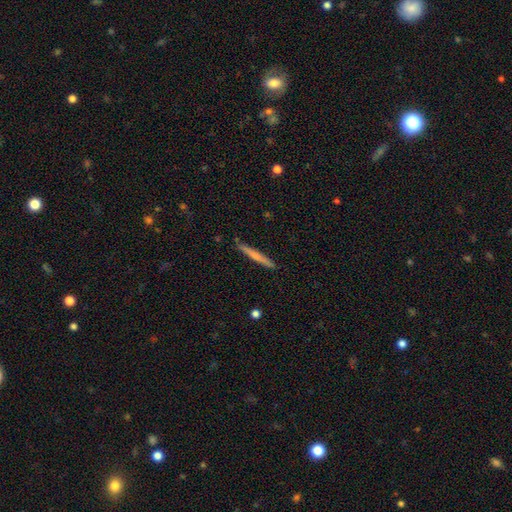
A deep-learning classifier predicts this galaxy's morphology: smooth_or_featured: smooth (p=0.54) [alt: featured or disk p=0.41]
how_rounded: cigar-shaped (p=0.96) [alt: in between p=0.02]
merging: none (p=0.91) [alt: minor disturbance p=0.07]